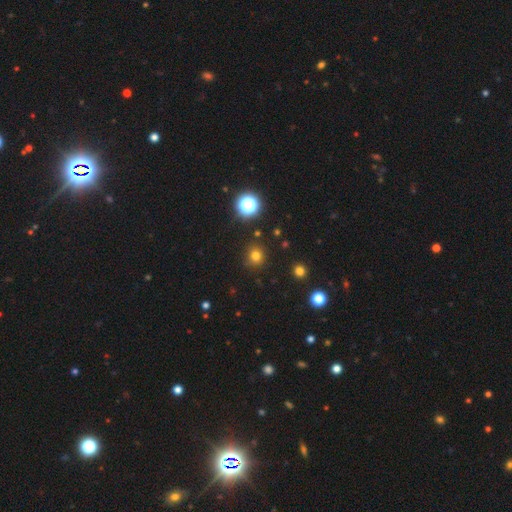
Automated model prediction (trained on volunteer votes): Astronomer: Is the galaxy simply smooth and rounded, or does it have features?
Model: smooth — 76%.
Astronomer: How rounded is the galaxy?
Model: round — 91%.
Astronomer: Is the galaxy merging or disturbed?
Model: none — 88%.